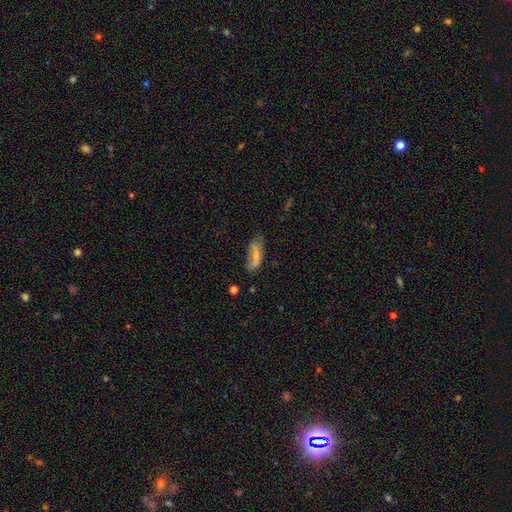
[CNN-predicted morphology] Smooth or featured? Predicted: smooth (p=0.65). How rounded? Predicted: in between (p=0.68). Merging? Predicted: none (p=0.47).